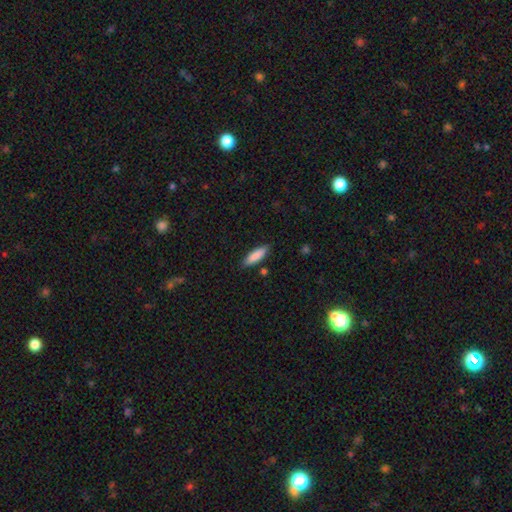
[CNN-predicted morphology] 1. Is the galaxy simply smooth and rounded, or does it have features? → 87% smooth, 7% featured or disk, 6% star or artifact.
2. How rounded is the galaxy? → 54% cigar-shaped, 45% in between, 1% round.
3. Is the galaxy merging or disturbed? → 86% none, 10% minor disturbance, 2% merger, 2% major disturbance.